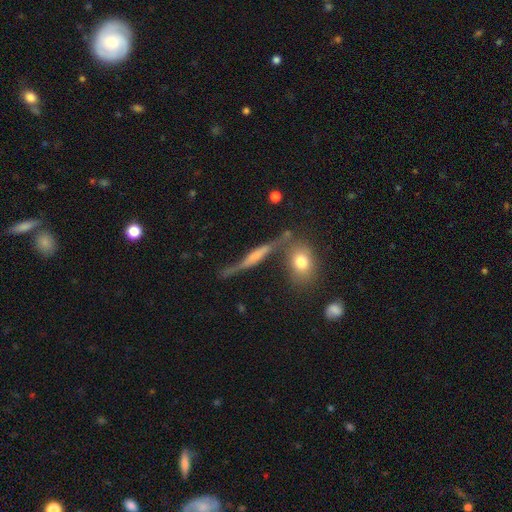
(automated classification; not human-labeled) Q: Smooth or featured?
A: featured or disk (61%); runner-up: smooth (29%)
Q: Edge-on disk?
A: yes (69%); runner-up: no (31%)
Q: Merging?
A: none (53%); runner-up: minor disturbance (20%)